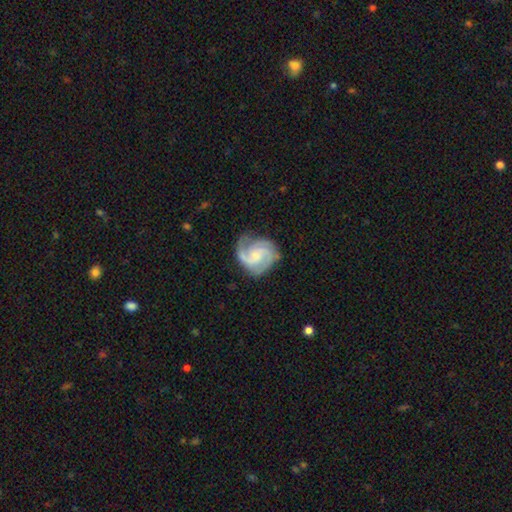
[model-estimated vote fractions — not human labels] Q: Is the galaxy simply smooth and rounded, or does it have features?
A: featured or disk — 90%.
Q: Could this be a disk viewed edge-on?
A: no — 98%.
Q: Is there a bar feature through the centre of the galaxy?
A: no — 59%.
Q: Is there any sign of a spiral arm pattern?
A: yes — 98%.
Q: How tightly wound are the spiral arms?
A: medium — 52%.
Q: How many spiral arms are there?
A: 3 — 49%.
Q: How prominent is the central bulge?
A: small — 60%.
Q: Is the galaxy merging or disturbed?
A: none — 75%.